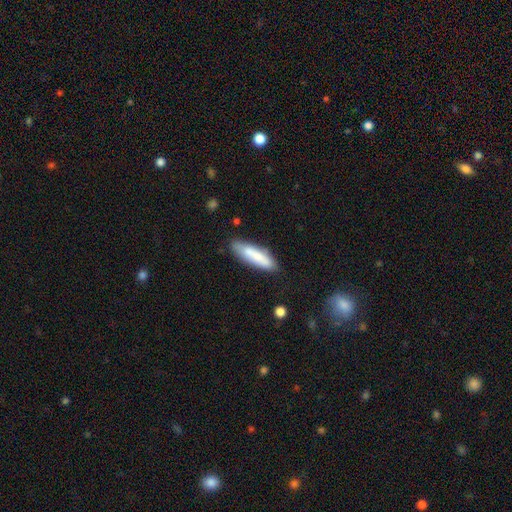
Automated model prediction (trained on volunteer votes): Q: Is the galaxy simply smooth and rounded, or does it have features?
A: smooth — 67%.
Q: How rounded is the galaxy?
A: cigar-shaped — 67%.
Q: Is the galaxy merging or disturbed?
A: none — 76%.